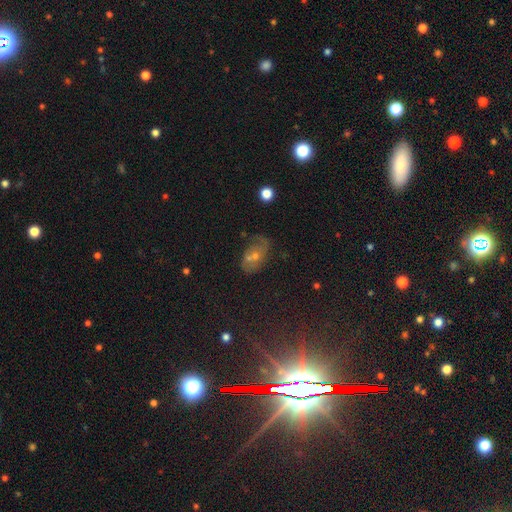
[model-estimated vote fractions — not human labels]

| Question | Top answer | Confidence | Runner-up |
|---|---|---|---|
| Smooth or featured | featured or disk | 43% | star or artifact (28%) |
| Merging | none | 59% | minor disturbance (21%) |